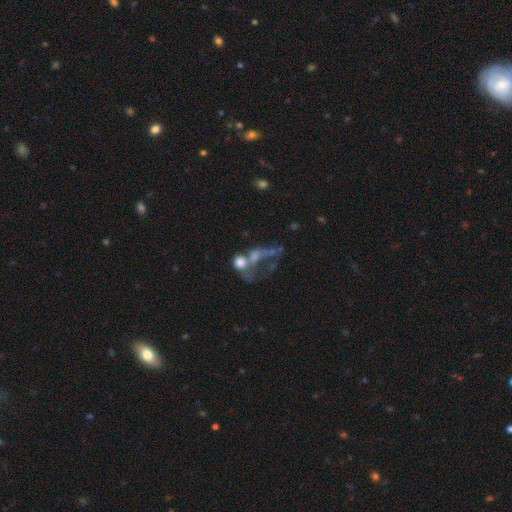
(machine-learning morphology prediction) featured or disk 42%, smooth 37%, star or artifact 21%. Down the decision tree: merging — merger (43%).